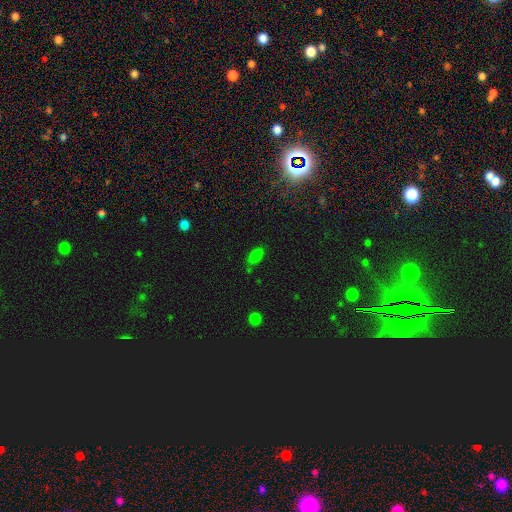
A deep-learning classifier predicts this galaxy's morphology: smooth-or-featured: smooth: 76% | star or artifact: 18% | featured or disk: 5%
  how-rounded: in between: 89% | round: 6% | cigar-shaped: 5%
  merging: none: 73% | minor disturbance: 18% | major disturbance: 5% | merger: 4%